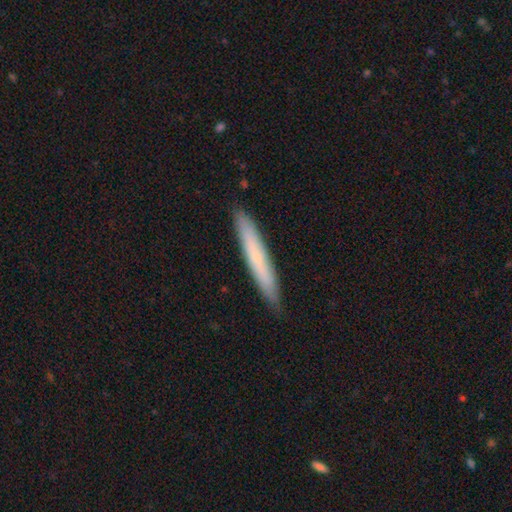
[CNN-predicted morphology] This appears to be a smooth galaxy with no disk features (60%) that is cigar-shaped (95%). Merging: none (89%).